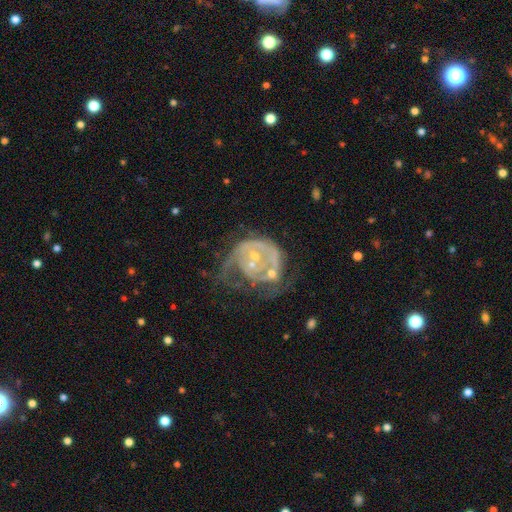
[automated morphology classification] A featured or disk galaxy (80%) with no bar (75%), tight (52%) spiral arms (72%) and a small central bulge (68%). Merging: major disturbance (33%).